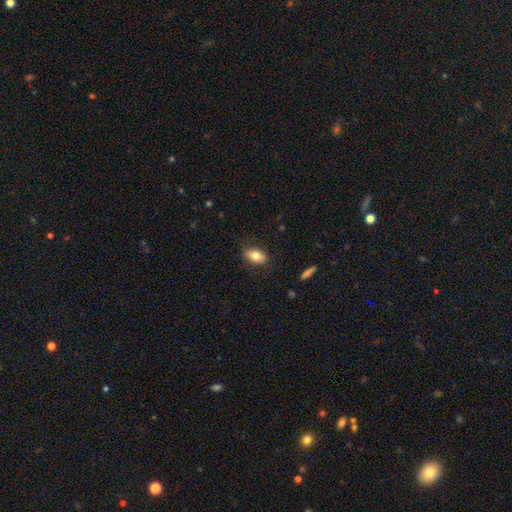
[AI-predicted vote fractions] smooth-or-featured: smooth: 76% | featured or disk: 16% | star or artifact: 8%
  how-rounded: in between: 87% | round: 11% | cigar-shaped: 3%
  merging: none: 78% | minor disturbance: 16% | major disturbance: 5% | merger: 1%